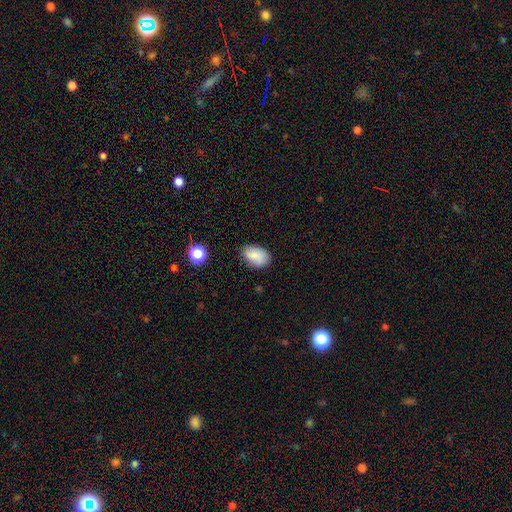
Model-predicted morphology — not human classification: type=smooth (84%); roundness=in between (87%); merging=none (79%).